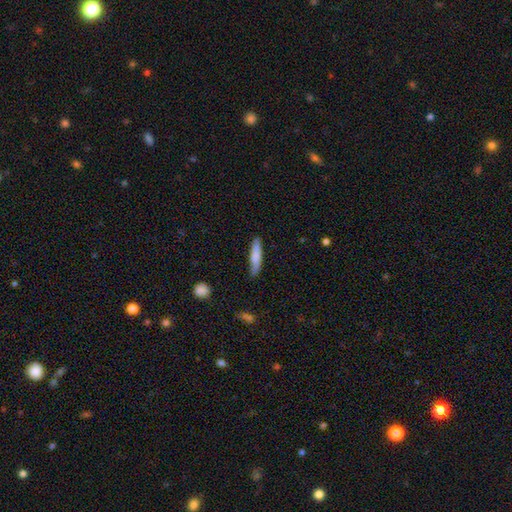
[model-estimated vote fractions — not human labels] A smooth galaxy with no disk features (75%) that is cigar-shaped (86%).

Vote fractions:
- Smooth or featured? smooth: 75% / featured or disk: 19% / star or artifact: 5%
- How rounded? cigar-shaped: 86% / in between: 12% / round: 1%
- Merging? none: 79% / minor disturbance: 16% / major disturbance: 3% / merger: 2%